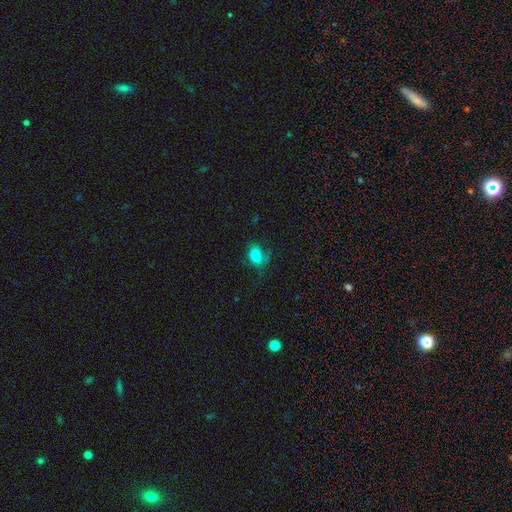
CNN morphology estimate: smooth-or-featured: smooth: 80% | star or artifact: 11% | featured or disk: 9%
  how-rounded: in between: 73% | round: 26% | cigar-shaped: 1%
  merging: none: 49% | minor disturbance: 28% | major disturbance: 20% | merger: 2%